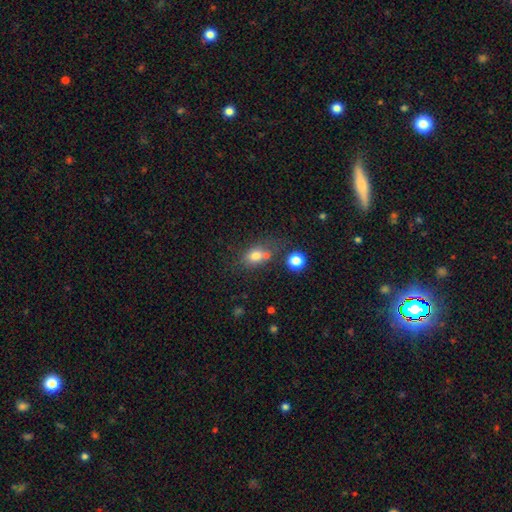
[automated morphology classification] smooth 75%, featured or disk 12%, star or artifact 12%. Down the decision tree: how rounded — in between (57%); merging — none (46%).